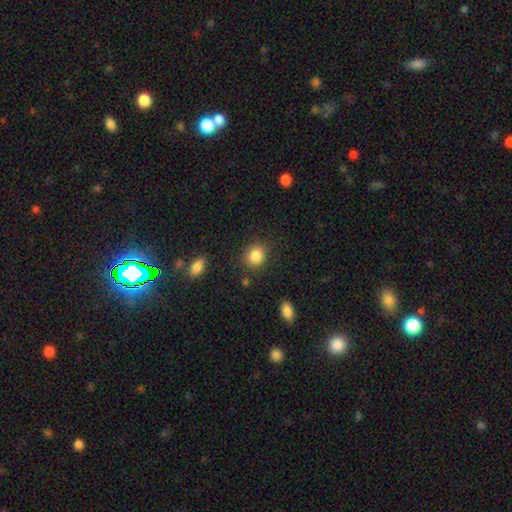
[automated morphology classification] smooth 86%, star or artifact 9%, featured or disk 5%. Down the decision tree: how rounded — round (74%); merging — none (84%).